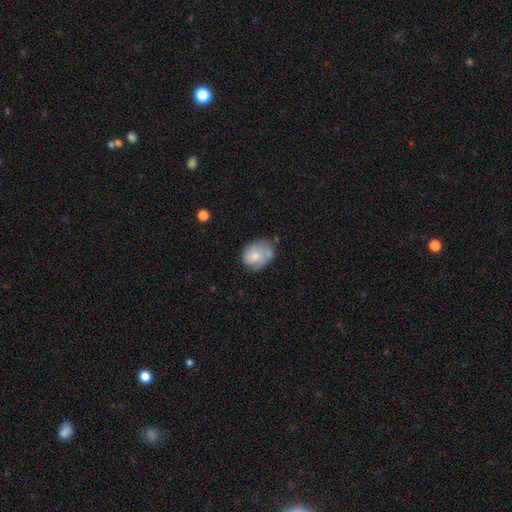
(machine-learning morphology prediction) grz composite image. It shows a smooth galaxy with no disk features (61%) that is in between round and cigar-shaped (60%). Merging: none (42%).